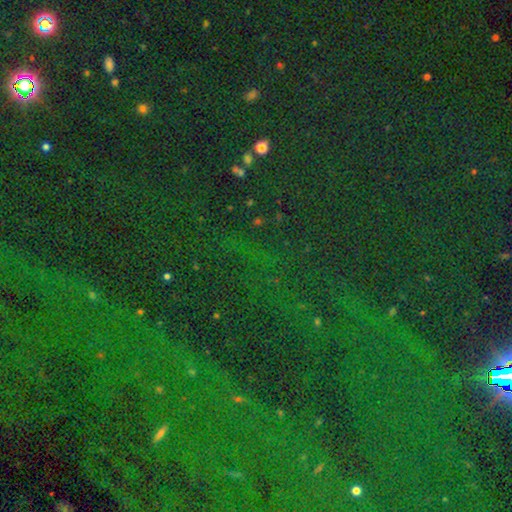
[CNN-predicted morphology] This is clearly a star or artifact rather than a galaxy (82%).